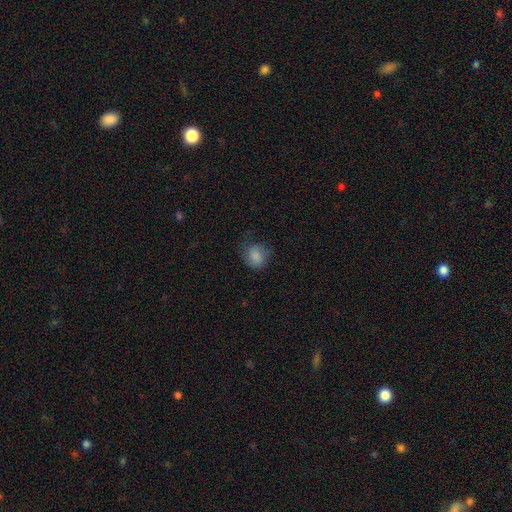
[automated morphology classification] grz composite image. It shows a smooth galaxy with no disk features (82%) that is round (75%). Merging: none (66%).